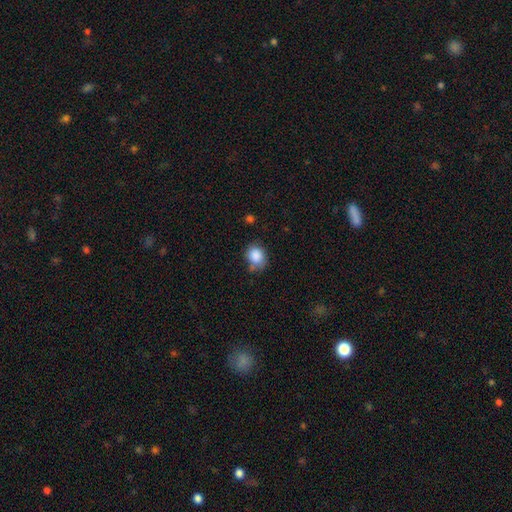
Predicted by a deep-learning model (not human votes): Smooth or featured? smooth (86%)
How rounded? round (58%)
Merging? none (59%)